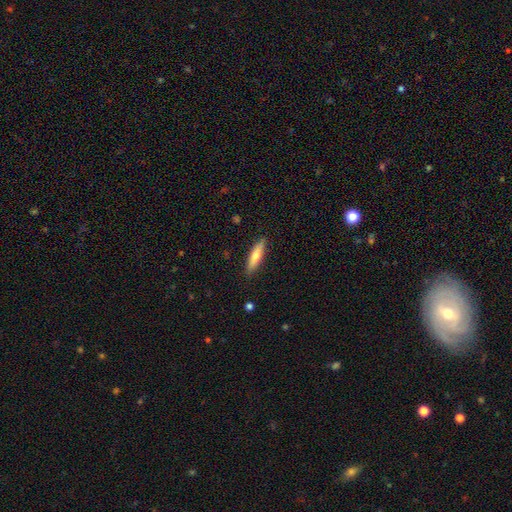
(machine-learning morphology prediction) Smooth or featured: smooth — 67% (featured or disk — 27%)
How rounded: cigar-shaped — 75% (in between — 23%)
Merging: none — 89% (minor disturbance — 8%)